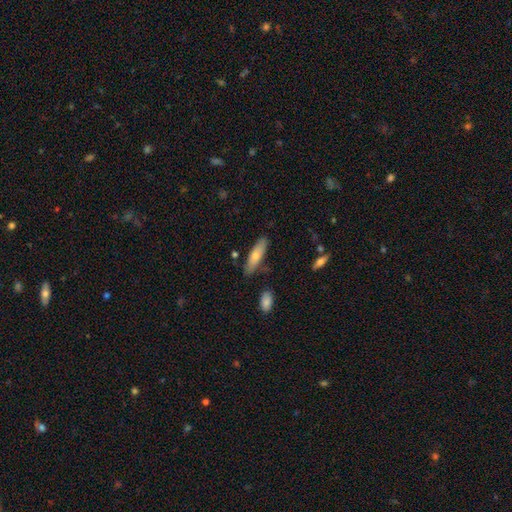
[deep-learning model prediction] Smooth or featured?
  - smooth: 73% *
  - featured or disk: 21%
  - star or artifact: 6%
How rounded?
  - cigar-shaped: 55% *
  - in between: 43%
  - round: 2%
Merging?
  - none: 77% *
  - minor disturbance: 16%
  - merger: 4%
  - major disturbance: 3%